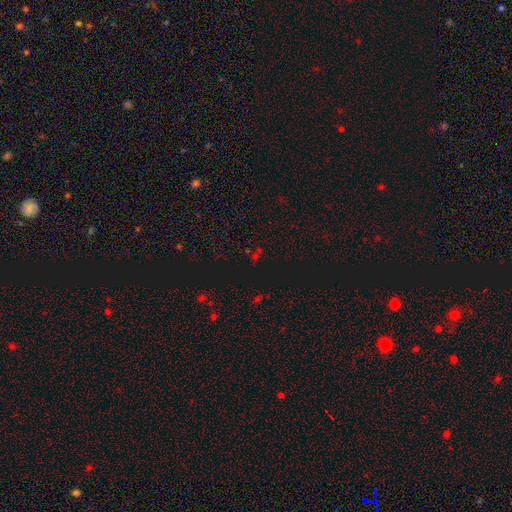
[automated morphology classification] star or artifact 67%, smooth 24%, featured or disk 9%.